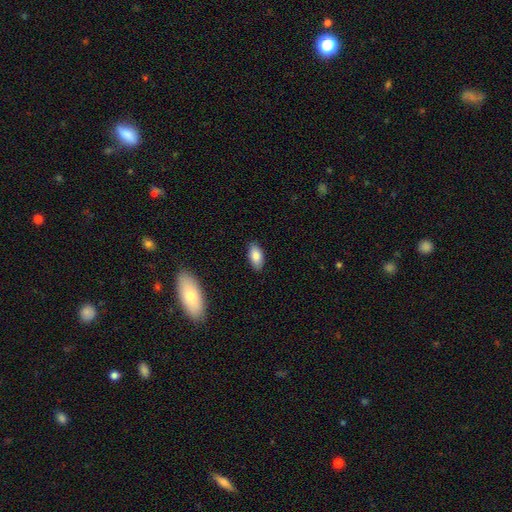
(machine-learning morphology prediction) A smooth galaxy with no disk features (84%) that is in between round and cigar-shaped (91%).

Vote fractions:
- Smooth or featured? smooth: 84% / featured or disk: 9% / star or artifact: 7%
- How rounded? in between: 91% / cigar-shaped: 6% / round: 3%
- Merging? none: 87% / minor disturbance: 10% / major disturbance: 2% / merger: 1%